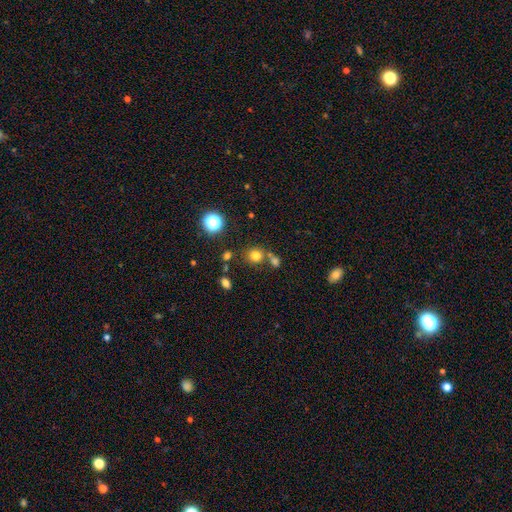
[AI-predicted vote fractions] This appears to be a smooth galaxy with no disk features (75%) that is round (86%). Merging: none (68%).